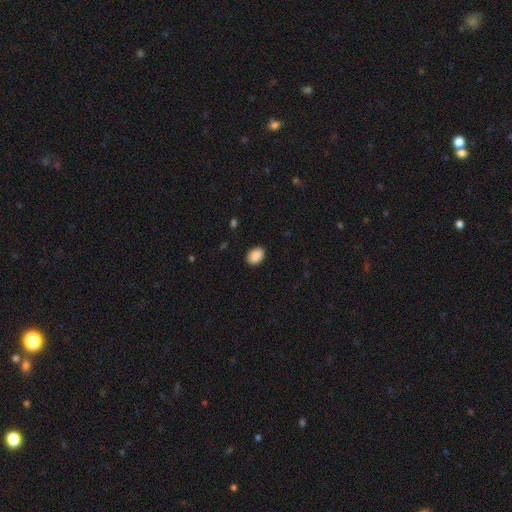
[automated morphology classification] type=smooth (89%); roundness=in between (72%); merging=none (89%).